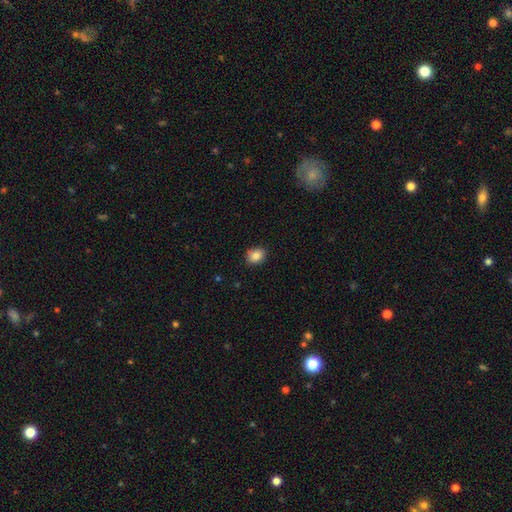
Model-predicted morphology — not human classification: The model was most divided on "how rounded": in between: 54%, round: 45%, cigar-shaped: 1%. More confident: smooth or featured — smooth (86%); merging — none (84%).